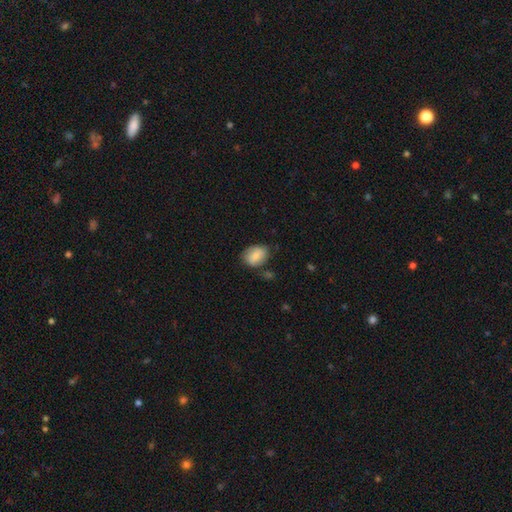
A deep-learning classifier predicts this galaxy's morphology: Smooth or featured?
  - smooth: 82% *
  - featured or disk: 11%
  - star or artifact: 7%
How rounded?
  - in between: 70% *
  - round: 29%
  - cigar-shaped: 1%
Merging?
  - none: 68% *
  - minor disturbance: 23%
  - major disturbance: 5%
  - merger: 4%